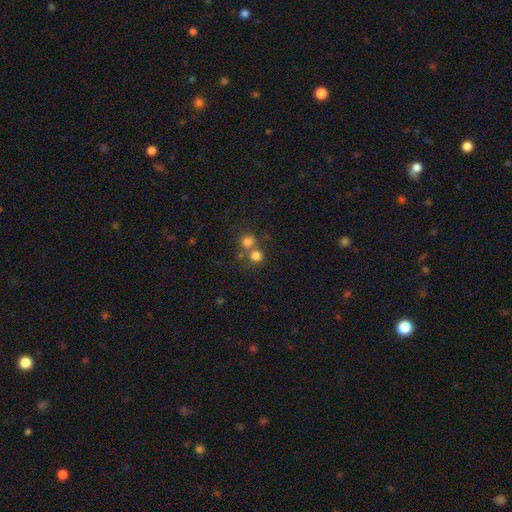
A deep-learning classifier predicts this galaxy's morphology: A smooth galaxy with no disk features (77%) that is round (85%). Merging: none (49%).